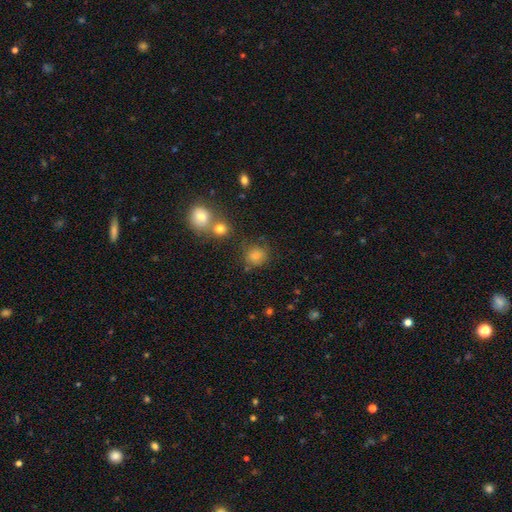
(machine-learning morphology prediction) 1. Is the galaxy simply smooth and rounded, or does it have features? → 79% smooth, 15% star or artifact, 6% featured or disk.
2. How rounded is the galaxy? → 83% round, 16% in between, 1% cigar-shaped.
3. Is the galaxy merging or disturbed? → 72% none, 12% minor disturbance, 11% merger, 5% major disturbance.